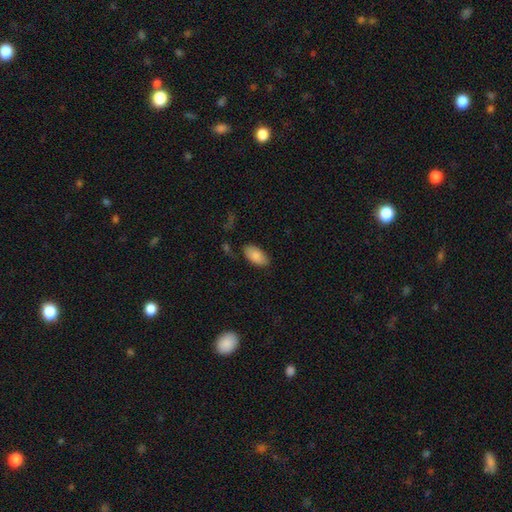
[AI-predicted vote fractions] Smooth or featured: smooth — 87% (featured or disk — 7%)
How rounded: in between — 95% (cigar-shaped — 3%)
Merging: none — 80% (minor disturbance — 14%)